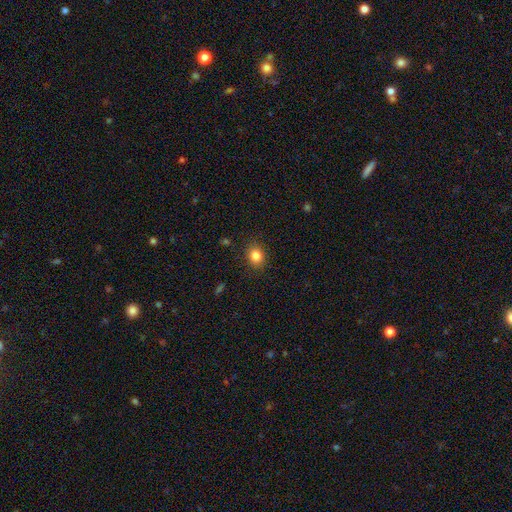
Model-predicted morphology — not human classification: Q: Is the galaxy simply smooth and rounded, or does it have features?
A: smooth — 84%.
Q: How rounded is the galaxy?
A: round — 61%.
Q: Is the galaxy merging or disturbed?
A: none — 88%.